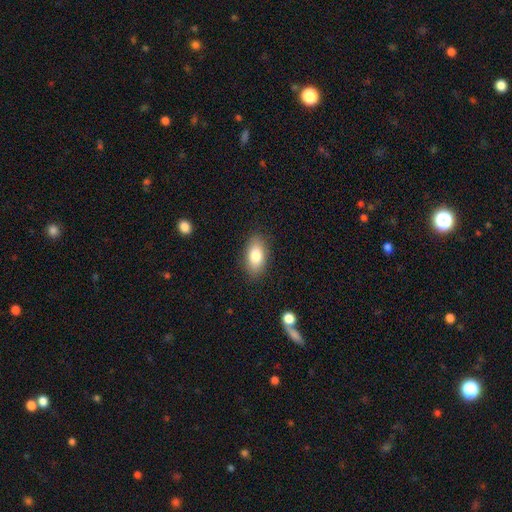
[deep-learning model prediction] Smooth or featured?
  - smooth: 82% *
  - featured or disk: 11%
  - star or artifact: 7%
How rounded?
  - in between: 91% *
  - round: 5%
  - cigar-shaped: 4%
Merging?
  - none: 86% *
  - minor disturbance: 10%
  - major disturbance: 3%
  - merger: 1%